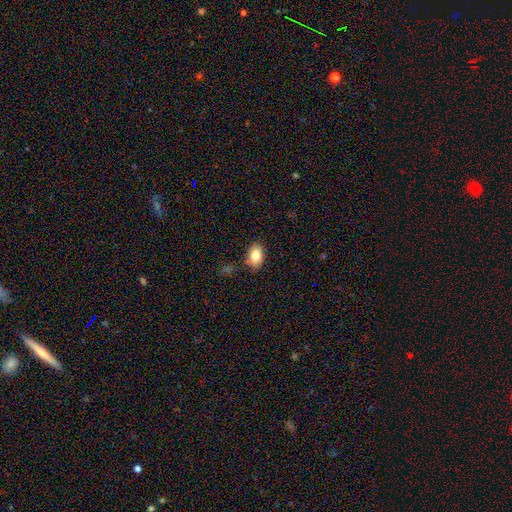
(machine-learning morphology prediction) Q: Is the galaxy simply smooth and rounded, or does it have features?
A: smooth — 81%.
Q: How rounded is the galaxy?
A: in between — 88%.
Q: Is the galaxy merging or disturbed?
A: none — 81%.